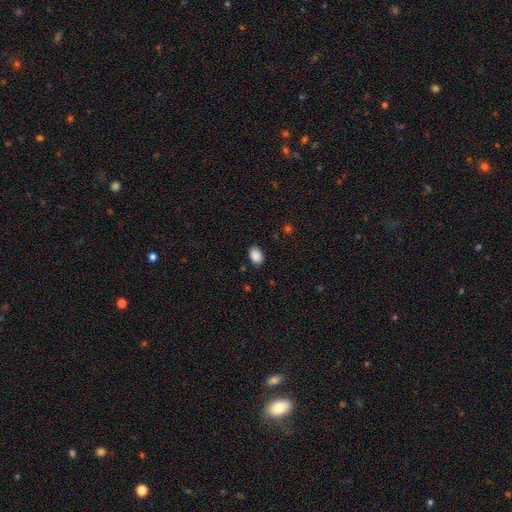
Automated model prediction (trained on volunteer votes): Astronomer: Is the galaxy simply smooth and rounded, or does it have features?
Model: smooth — 89%.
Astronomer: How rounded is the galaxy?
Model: in between — 79%.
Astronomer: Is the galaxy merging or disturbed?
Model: none — 86%.